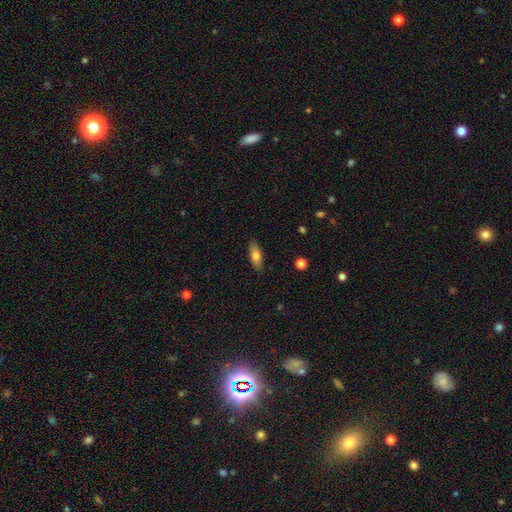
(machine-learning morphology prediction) smooth-or-featured: smooth: 75% | featured or disk: 18% | star or artifact: 7%
  how-rounded: in between: 65% | cigar-shaped: 32% | round: 3%
  merging: none: 87% | minor disturbance: 10% | major disturbance: 2% | merger: 1%